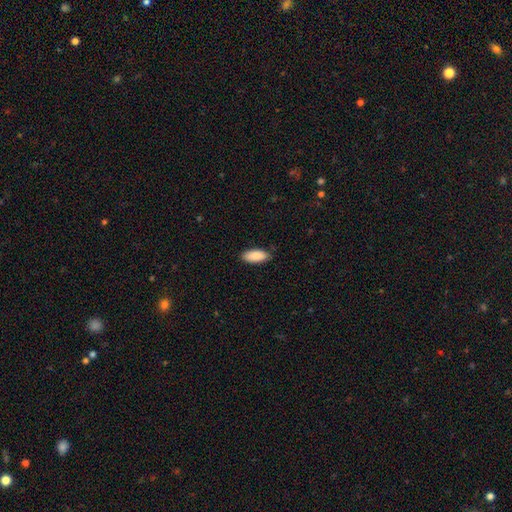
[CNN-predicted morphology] This is clearly a smooth galaxy (89%). How rounded: clearly in between (86%). Merging: clearly none (86%).